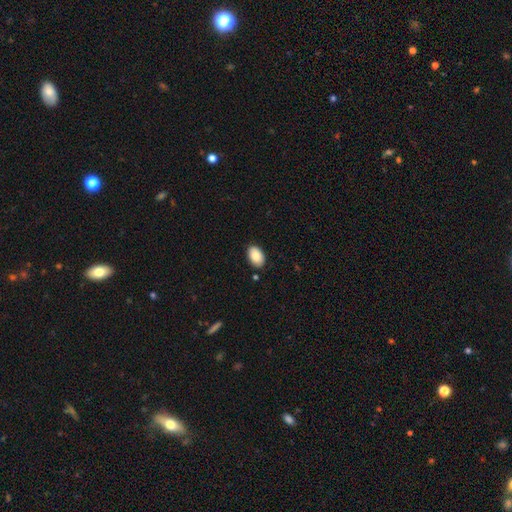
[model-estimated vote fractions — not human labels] Smooth or featured: smooth — 87% (star or artifact — 7%)
How rounded: in between — 91% (round — 7%)
Merging: none — 87% (minor disturbance — 9%)